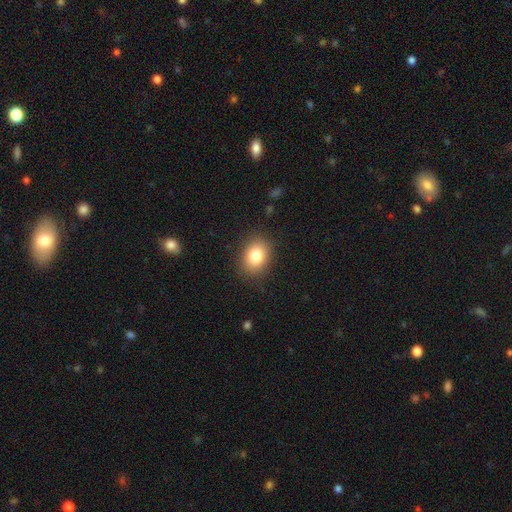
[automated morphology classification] Q: Smooth or featured?
A: smooth (82%); runner-up: star or artifact (10%)
Q: How rounded?
A: in between (62%); runner-up: round (37%)
Q: Merging?
A: none (87%); runner-up: minor disturbance (9%)